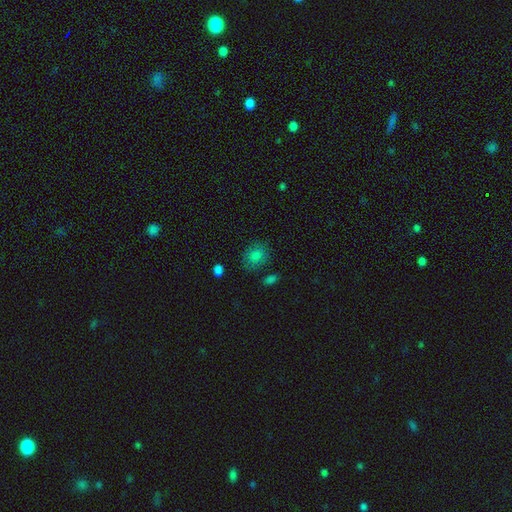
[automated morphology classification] A smooth galaxy with no disk features (79%) that is round (56%).

Vote fractions:
- Smooth or featured? smooth: 79% / star or artifact: 12% / featured or disk: 9%
- How rounded? round: 56% / in between: 43% / cigar-shaped: 1%
- Merging? none: 78% / minor disturbance: 14% / major disturbance: 4% / merger: 4%